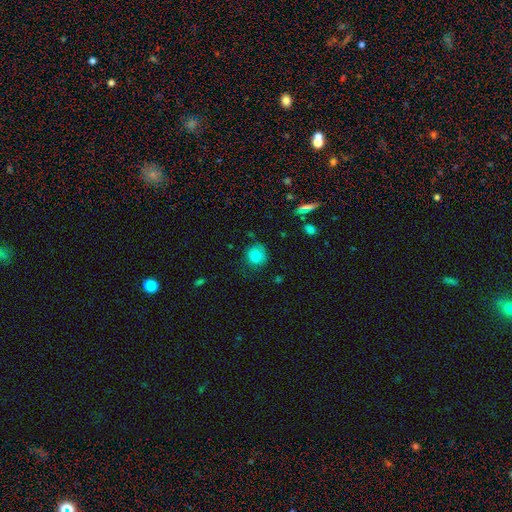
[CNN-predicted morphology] Smooth or featured?
  - smooth: 83% *
  - star or artifact: 10%
  - featured or disk: 7%
How rounded?
  - round: 87% *
  - in between: 12%
  - cigar-shaped: 1%
Merging?
  - none: 73% *
  - minor disturbance: 20%
  - major disturbance: 6%
  - merger: 2%